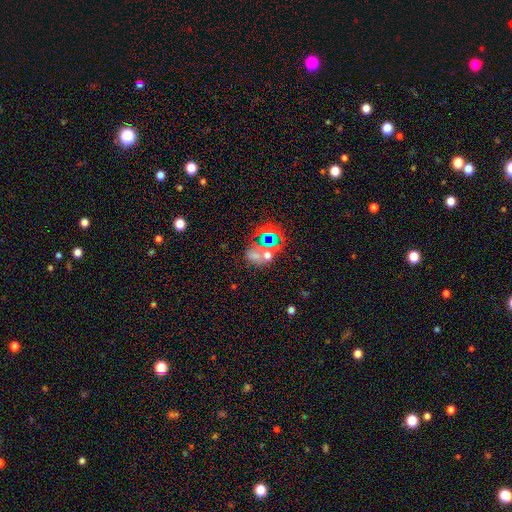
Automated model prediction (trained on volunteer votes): smooth_or_featured: star or artifact (p=0.46) [alt: smooth p=0.36]